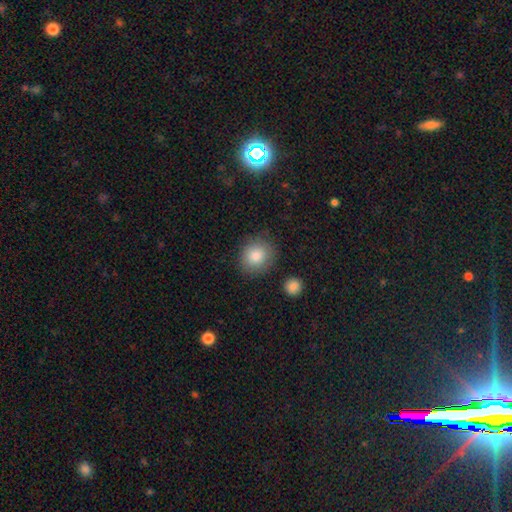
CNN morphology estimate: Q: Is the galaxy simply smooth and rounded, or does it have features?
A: smooth — 84%.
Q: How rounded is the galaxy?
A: round — 71%.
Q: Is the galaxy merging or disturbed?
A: none — 83%.